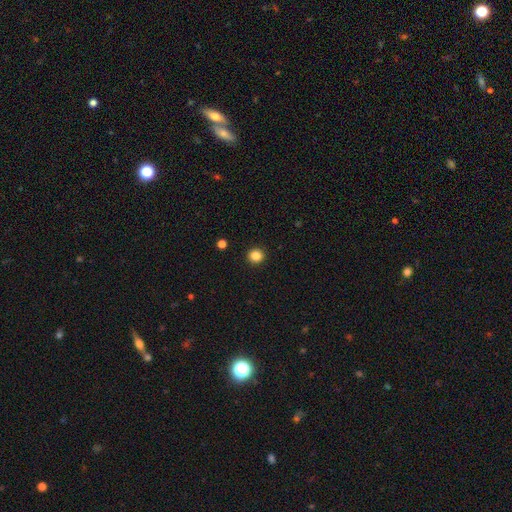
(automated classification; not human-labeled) Morphology: type=smooth (85%); roundness=round (93%); merging=none (93%).